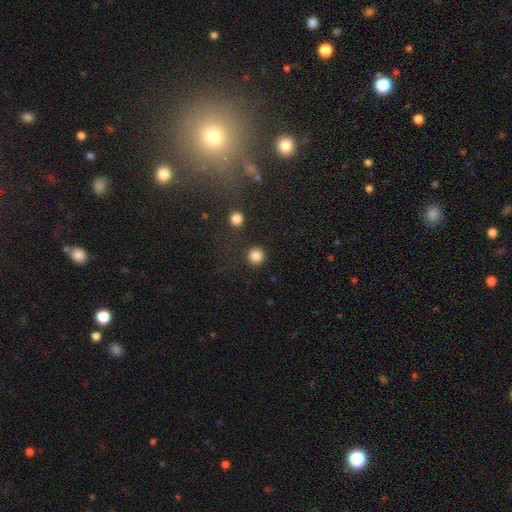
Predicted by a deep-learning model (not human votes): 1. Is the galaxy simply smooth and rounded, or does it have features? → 86% smooth, 11% star or artifact, 3% featured or disk.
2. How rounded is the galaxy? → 95% round, 4% in between, 1% cigar-shaped.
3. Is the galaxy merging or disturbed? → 89% none, 6% minor disturbance, 3% major disturbance, 3% merger.